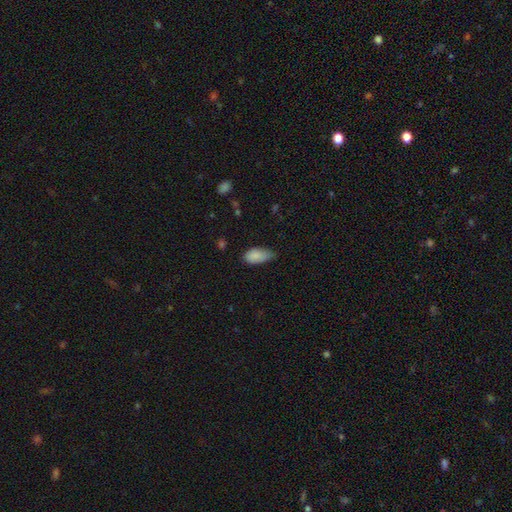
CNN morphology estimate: smooth-or-featured: smooth: 87% | star or artifact: 7% | featured or disk: 6%
  how-rounded: in between: 93% | cigar-shaped: 4% | round: 3%
  merging: minor disturbance: 45% | none: 44% | major disturbance: 9% | merger: 2%